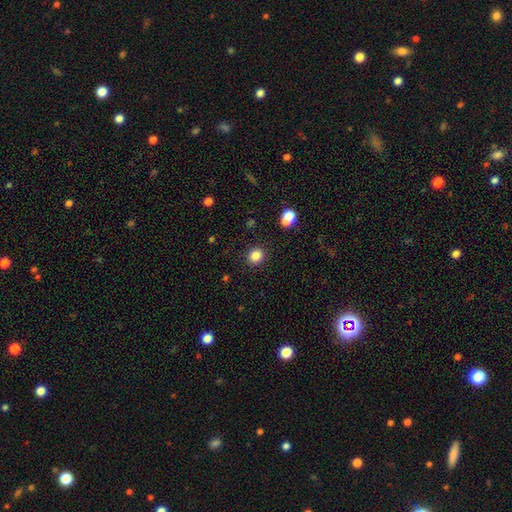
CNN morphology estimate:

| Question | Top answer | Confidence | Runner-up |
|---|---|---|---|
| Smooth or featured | smooth | 84% | star or artifact (11%) |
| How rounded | round | 80% | in between (19%) |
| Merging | none | 88% | minor disturbance (7%) |